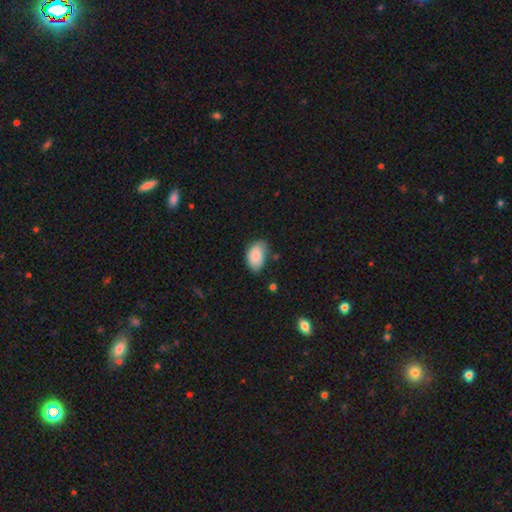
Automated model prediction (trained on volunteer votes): A smooth galaxy with no disk features (85%) that is in between round and cigar-shaped (93%). Merging: none (66%).